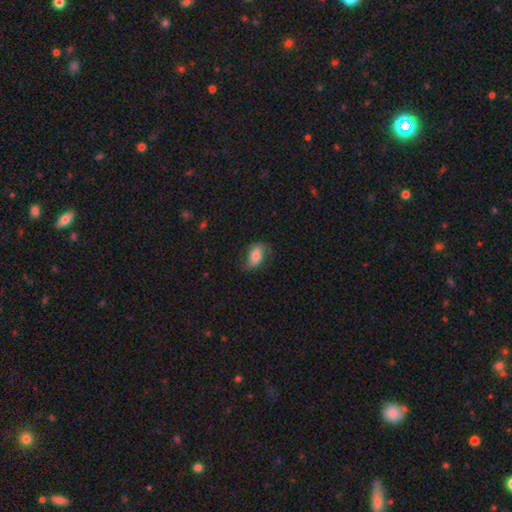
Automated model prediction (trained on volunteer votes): Morphology: type=smooth (61%); roundness=in between (89%); merging=none (64%).